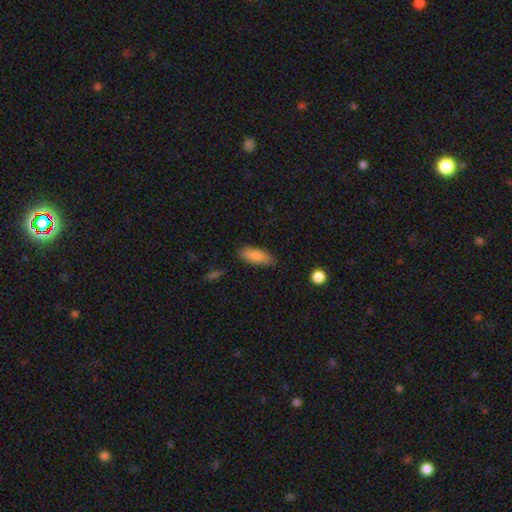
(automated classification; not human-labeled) smooth_or_featured: smooth (p=0.85) [alt: featured or disk p=0.08]
how_rounded: in between (p=0.71) [alt: cigar-shaped p=0.27]
merging: none (p=0.79) [alt: minor disturbance p=0.17]